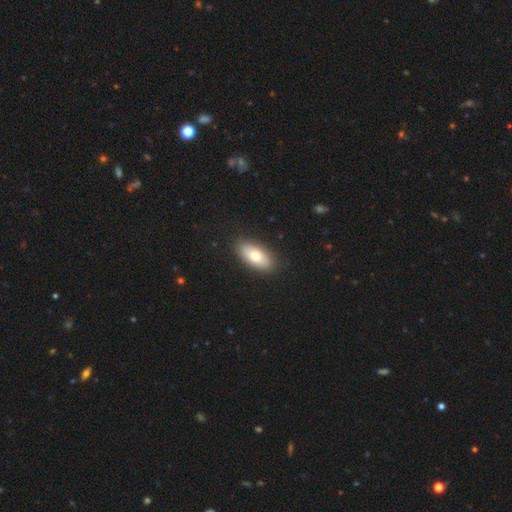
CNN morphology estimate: smooth-or-featured: smooth: 73% | featured or disk: 21% | star or artifact: 6%
  how-rounded: in between: 90% | cigar-shaped: 7% | round: 3%
  merging: none: 87% | minor disturbance: 9% | major disturbance: 2% | merger: 1%